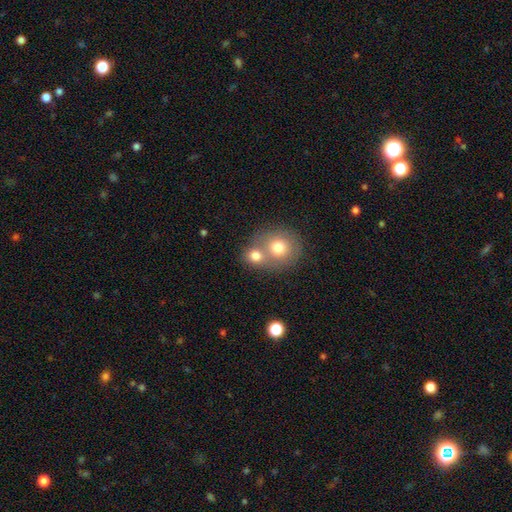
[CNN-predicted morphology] Smooth or featured? smooth (76%)
How rounded? round (78%)
Merging? merger (53%)